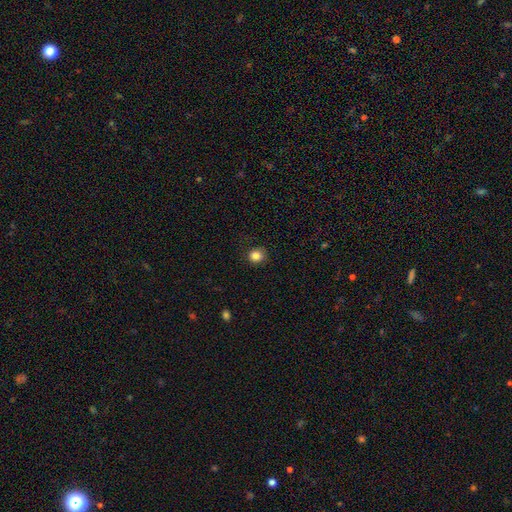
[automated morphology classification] A smooth galaxy with no disk features (84%) that is round (85%). Merging: none (86%).